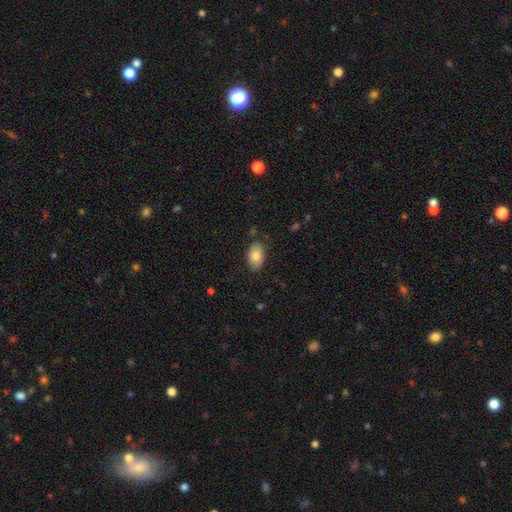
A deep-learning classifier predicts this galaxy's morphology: The model was most divided on "merging": none: 83%, minor disturbance: 12%, major disturbance: 3%, merger: 2%. More confident: how rounded — in between (91%); smooth or featured — smooth (83%).